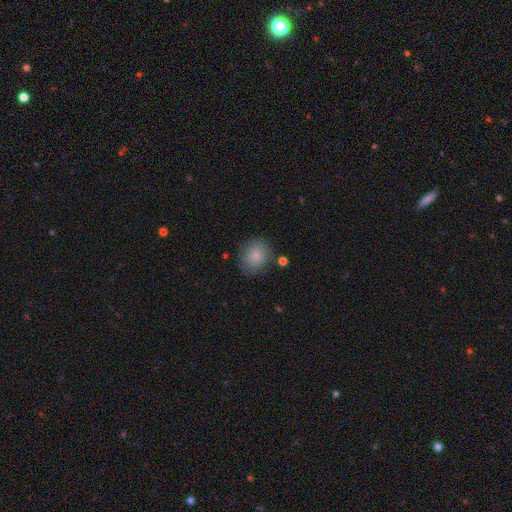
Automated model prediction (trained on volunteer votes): This appears to be a smooth galaxy with no disk features (81%) that is round (80%). Merging: none (76%).